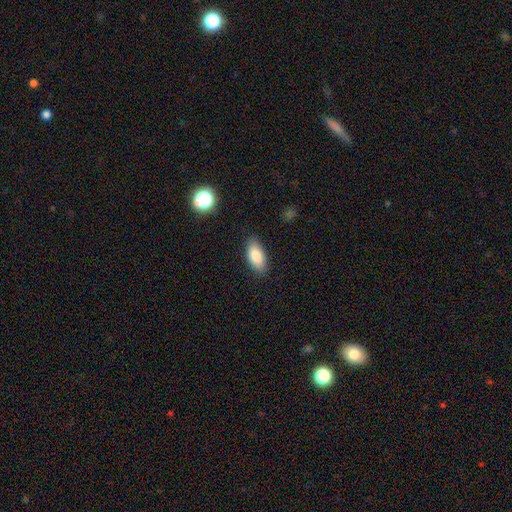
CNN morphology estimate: Smooth or featured?
  - smooth: 85% *
  - featured or disk: 8%
  - star or artifact: 7%
How rounded?
  - in between: 90% *
  - cigar-shaped: 8%
  - round: 3%
Merging?
  - none: 85% *
  - minor disturbance: 11%
  - major disturbance: 3%
  - merger: 1%